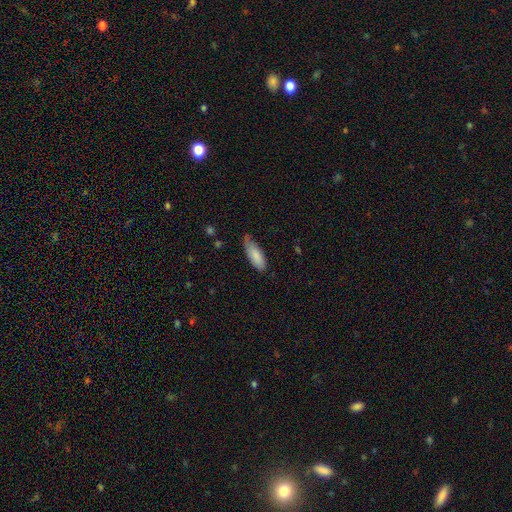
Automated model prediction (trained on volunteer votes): The model was most divided on "merging": none: 54%, minor disturbance: 37%, major disturbance: 7%, merger: 2%. More confident: smooth or featured — smooth (84%); how rounded — in between (68%).